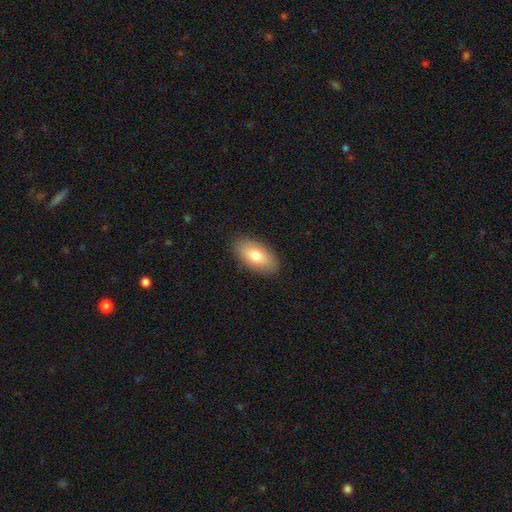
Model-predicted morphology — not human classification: The model was most divided on "smooth or featured": smooth: 76%, featured or disk: 17%, star or artifact: 6%. More confident: how rounded — in between (93%); merging — none (88%).